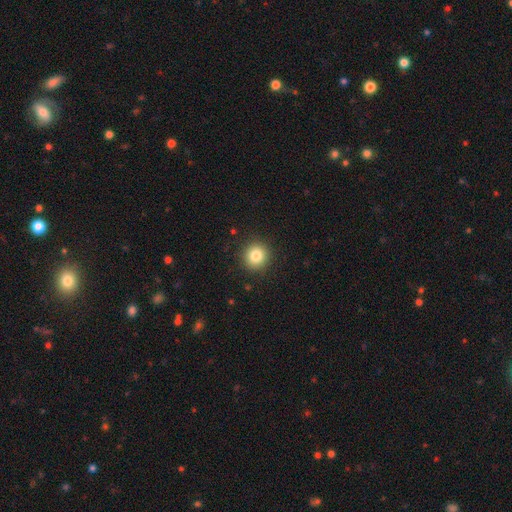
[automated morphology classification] Overall: smooth (83%). How rounded: round (92%). Merging: none (91%).